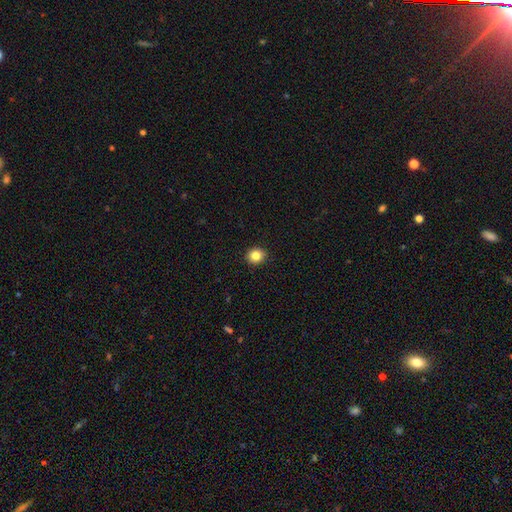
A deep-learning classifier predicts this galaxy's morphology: The model was most divided on "how rounded": round: 80%, in between: 19%, cigar-shaped: 1%. More confident: merging — none (92%); smooth or featured — smooth (84%).